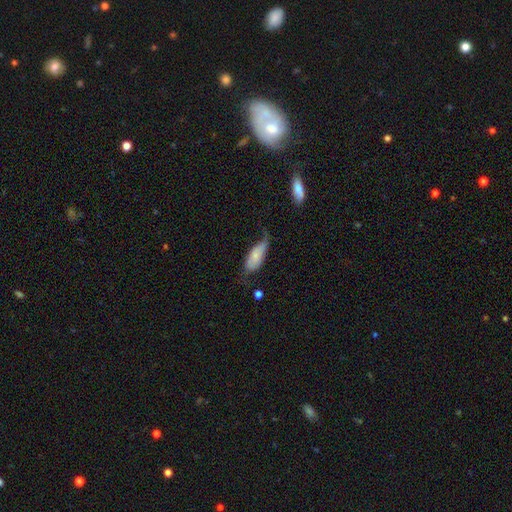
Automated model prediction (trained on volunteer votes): Morphology: type=smooth (66%); roundness=in between (84%); merging=minor disturbance (39%).